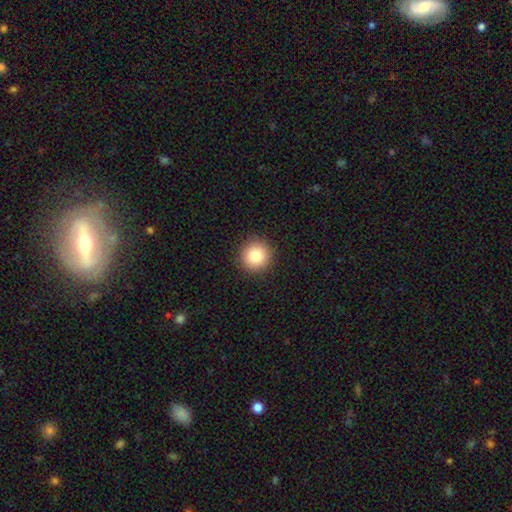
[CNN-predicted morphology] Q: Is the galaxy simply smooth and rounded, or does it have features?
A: smooth — 83%.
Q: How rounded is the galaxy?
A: round — 94%.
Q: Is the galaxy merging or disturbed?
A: none — 92%.